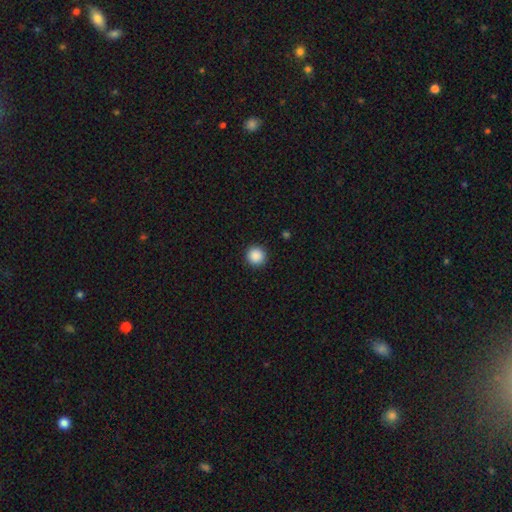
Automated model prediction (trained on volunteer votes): Smooth or featured?
  - smooth: 89% *
  - star or artifact: 9%
  - featured or disk: 2%
How rounded?
  - round: 95% *
  - in between: 4%
  - cigar-shaped: 1%
Merging?
  - none: 93% *
  - minor disturbance: 5%
  - major disturbance: 2%
  - merger: 1%